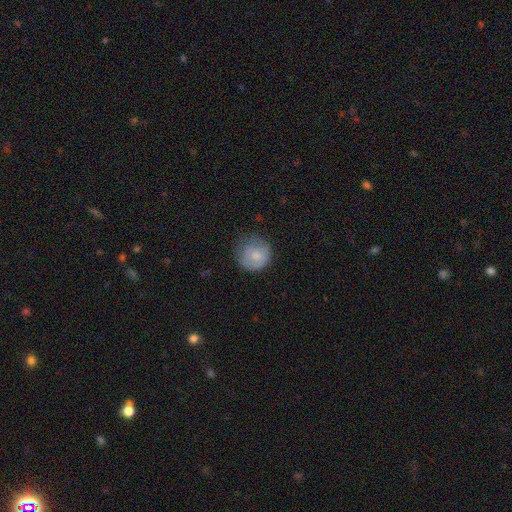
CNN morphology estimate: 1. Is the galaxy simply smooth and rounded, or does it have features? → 77% smooth, 16% featured or disk, 8% star or artifact.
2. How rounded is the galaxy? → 90% round, 9% in between, 1% cigar-shaped.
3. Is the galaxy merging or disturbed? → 61% none, 26% minor disturbance, 11% major disturbance, 1% merger.